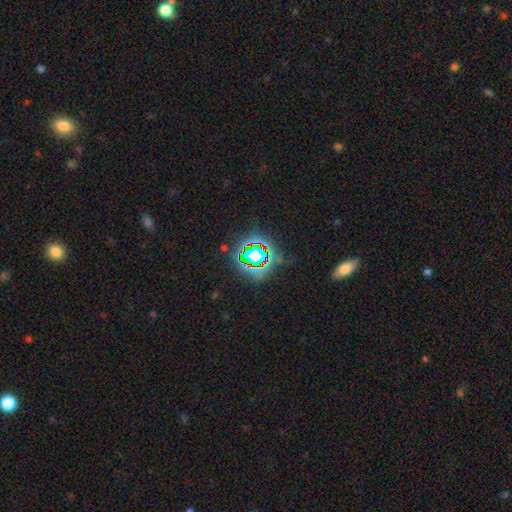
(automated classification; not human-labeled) smooth_or_featured: star or artifact (p=0.71) [alt: smooth p=0.17]